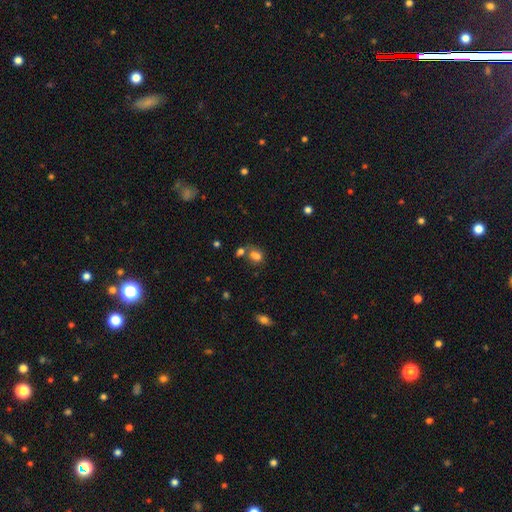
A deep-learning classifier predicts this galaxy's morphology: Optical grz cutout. It shows a smooth galaxy with no disk features (73%) that is round (50%). Merging: merger (41%).